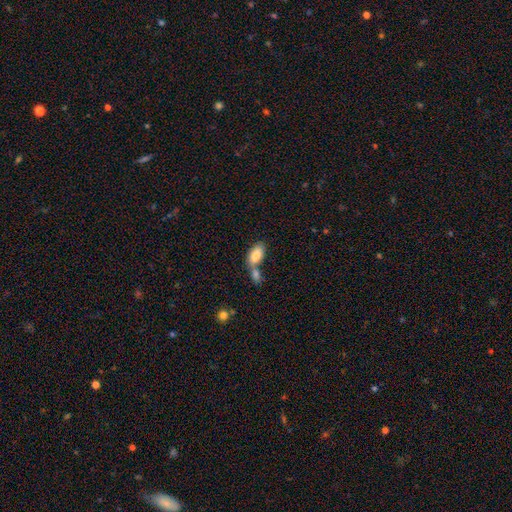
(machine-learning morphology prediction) Smooth or featured? Predicted: smooth (p=0.84). How rounded? Predicted: in between (p=0.92). Merging? Predicted: merger (p=0.52).